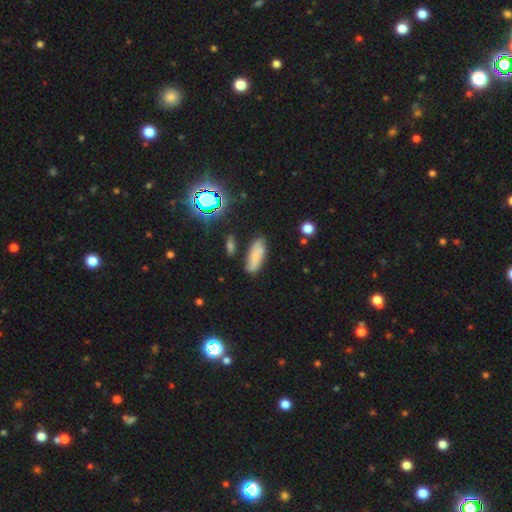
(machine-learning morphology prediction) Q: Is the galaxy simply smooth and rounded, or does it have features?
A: smooth — 73%.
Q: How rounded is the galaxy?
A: in between — 63%.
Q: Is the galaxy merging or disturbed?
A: none — 74%.